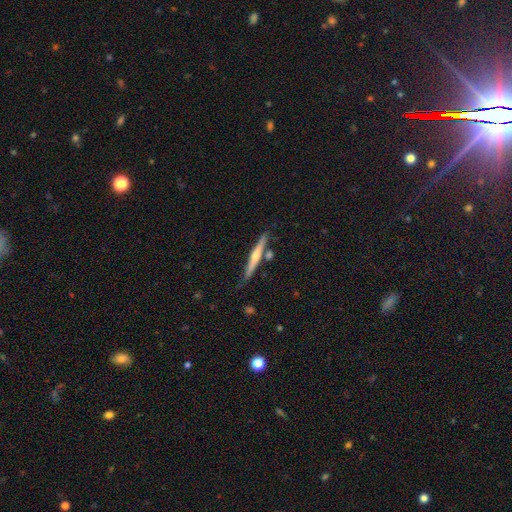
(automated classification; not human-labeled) This is likely a featured or disk galaxy (64%). It is clearly viewed edge-on (97%). Edge-on bulge: likely rounded (75%). Merging: likely none (79%).